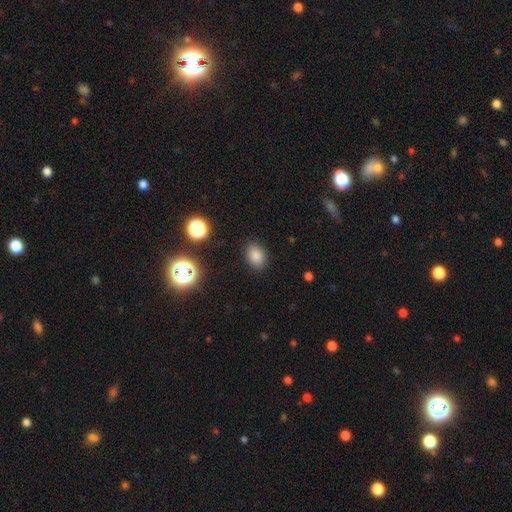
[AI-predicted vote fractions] Q: Smooth or featured?
A: smooth (82%); runner-up: star or artifact (13%)
Q: How rounded?
A: in between (76%); runner-up: round (23%)
Q: Merging?
A: none (87%); runner-up: minor disturbance (9%)